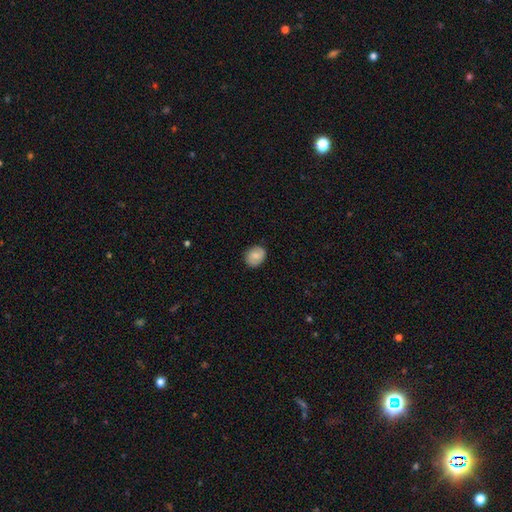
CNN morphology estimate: This is likely a smooth galaxy (77%). How rounded: possibly in between (52%). Merging: clearly none (85%).